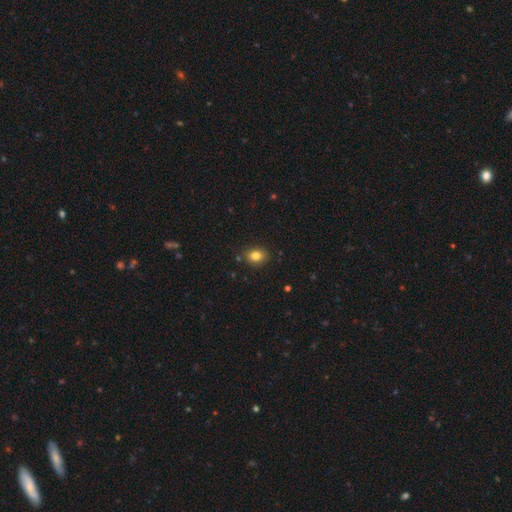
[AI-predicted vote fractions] Smooth or featured?
  - smooth: 82% *
  - star or artifact: 11%
  - featured or disk: 7%
How rounded?
  - in between: 58% *
  - round: 41%
  - cigar-shaped: 1%
Merging?
  - none: 85% *
  - minor disturbance: 11%
  - merger: 2%
  - major disturbance: 2%